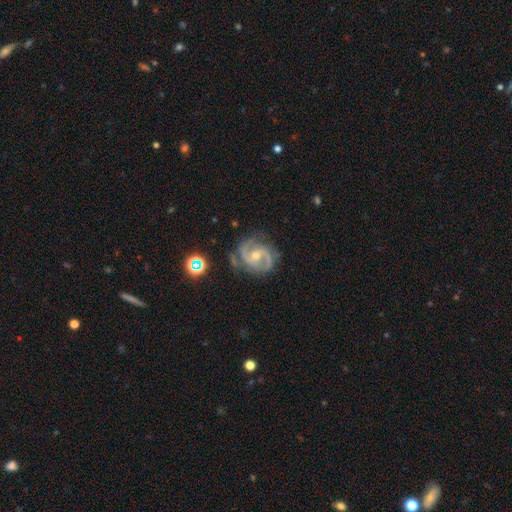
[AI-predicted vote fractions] Smooth or featured: featured or disk — 90% (star or artifact — 6%)
Edge-on disk: no — 98% (yes — 2%)
Bar: no — 49% (weak — 36%)
Spiral arms: yes — 98% (no — 2%)
Spiral winding: medium — 51% (tight — 40%)
Spiral arm count: 2 — 69% (3 — 18%)
Bulge size: small — 53% (moderate — 44%)
Merging: none — 74% (minor disturbance — 18%)